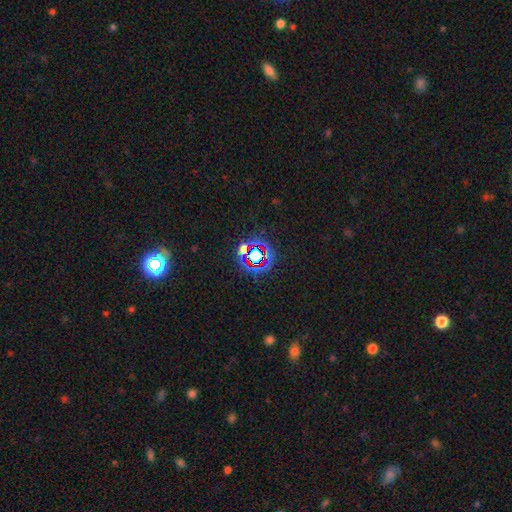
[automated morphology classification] Overall: star or artifact (70%).